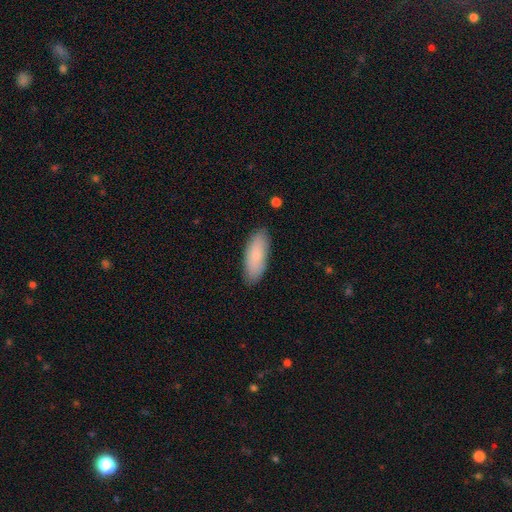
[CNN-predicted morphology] Smooth or featured?
  - smooth: 81% *
  - featured or disk: 13%
  - star or artifact: 6%
How rounded?
  - in between: 73% *
  - cigar-shaped: 25%
  - round: 2%
Merging?
  - none: 85% *
  - minor disturbance: 11%
  - major disturbance: 2%
  - merger: 1%